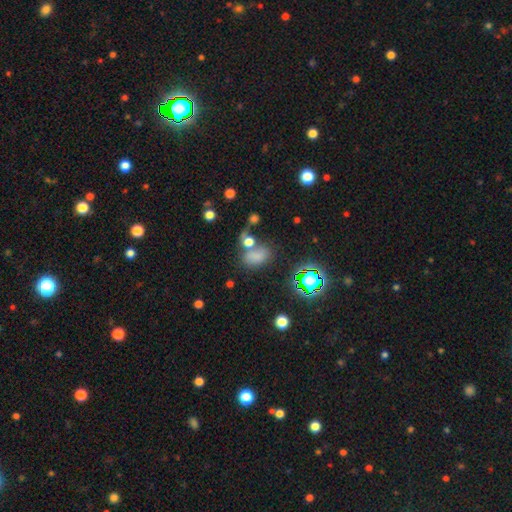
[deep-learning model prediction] Smooth or featured? smooth (65%)
How rounded? in between (79%)
Merging? none (46%)